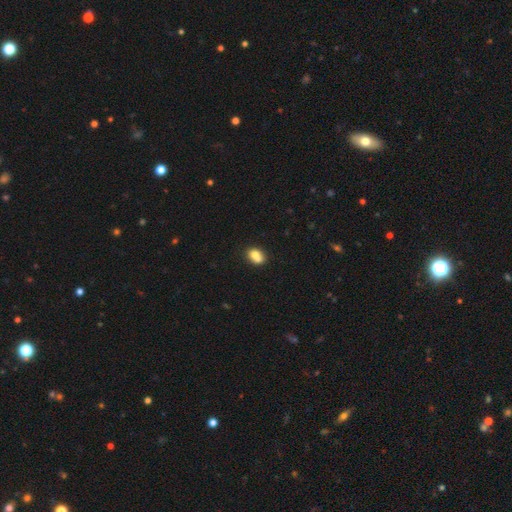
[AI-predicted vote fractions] Morphology: type=smooth (74%); roundness=in between (54%); merging=none (42%).